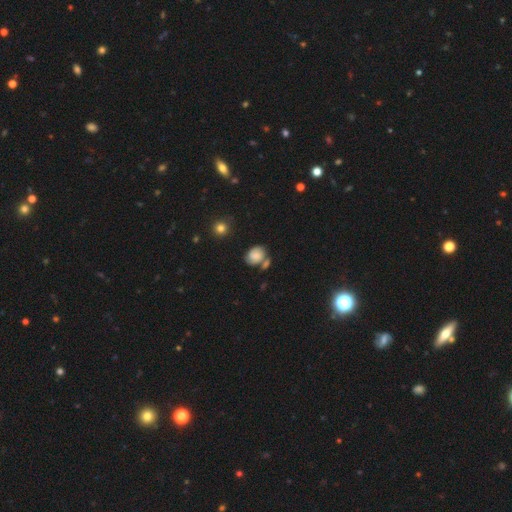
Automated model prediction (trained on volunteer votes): Smooth or featured? Predicted: smooth (p=0.63). How rounded? Predicted: in between (p=0.55). Merging? Predicted: none (p=0.47).